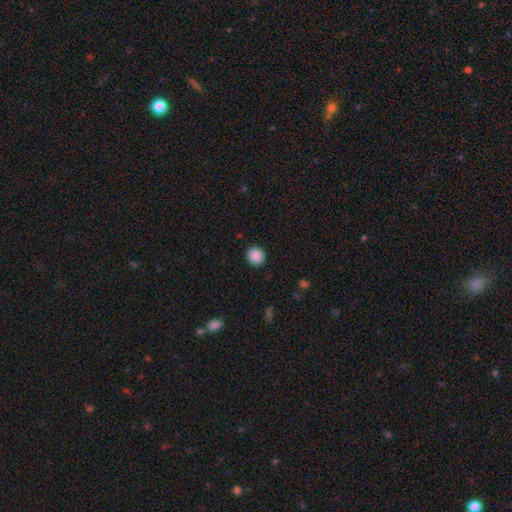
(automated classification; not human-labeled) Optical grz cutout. It shows a smooth galaxy with no disk features (89%) that is round (87%). Merging: none (91%).